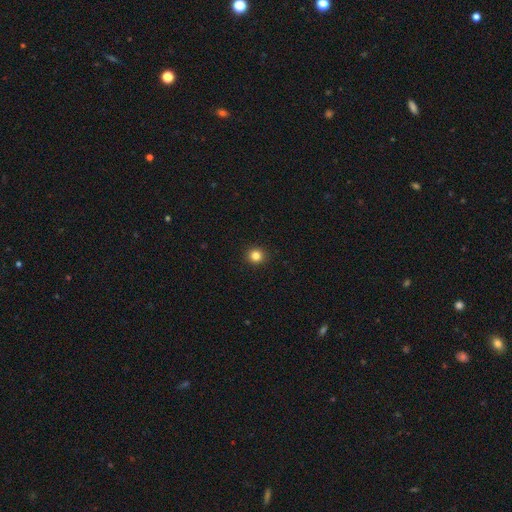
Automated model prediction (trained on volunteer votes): smooth_or_featured: smooth (p=0.83) [alt: star or artifact p=0.13]
how_rounded: round (p=0.94) [alt: in between p=0.05]
merging: none (p=0.93) [alt: minor disturbance p=0.04]